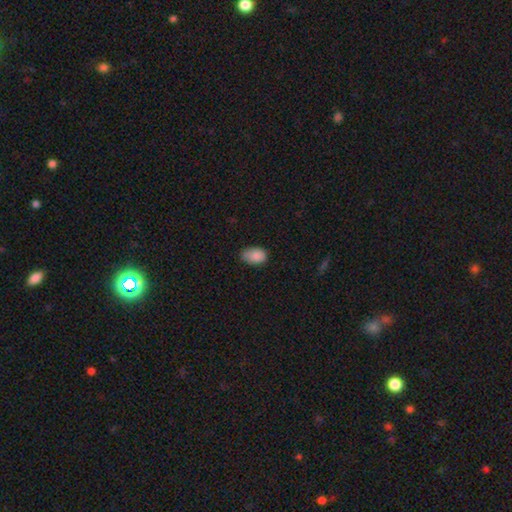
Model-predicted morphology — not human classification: smooth_or_featured: smooth (p=0.88) [alt: star or artifact p=0.08]
how_rounded: in between (p=0.89) [alt: round p=0.09]
merging: none (p=0.67) [alt: minor disturbance p=0.28]